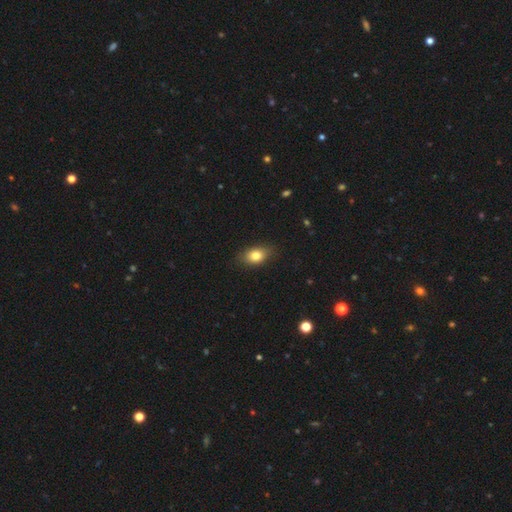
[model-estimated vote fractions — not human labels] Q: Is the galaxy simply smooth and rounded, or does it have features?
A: smooth — 80%.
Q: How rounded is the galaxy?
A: in between — 81%.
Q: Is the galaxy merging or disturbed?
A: none — 84%.